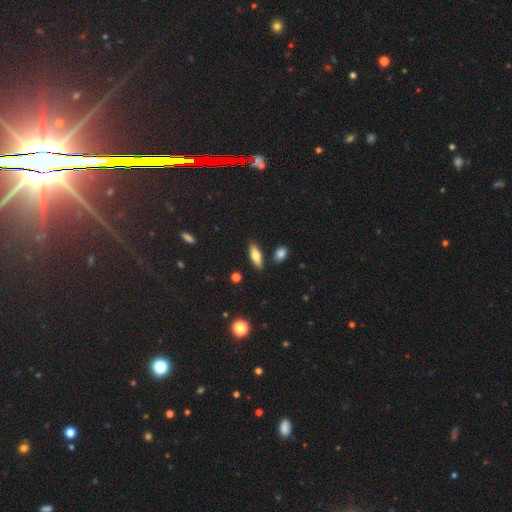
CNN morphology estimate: A smooth galaxy with no disk features (66%) that is in between round and cigar-shaped (57%). Merging: none (84%).